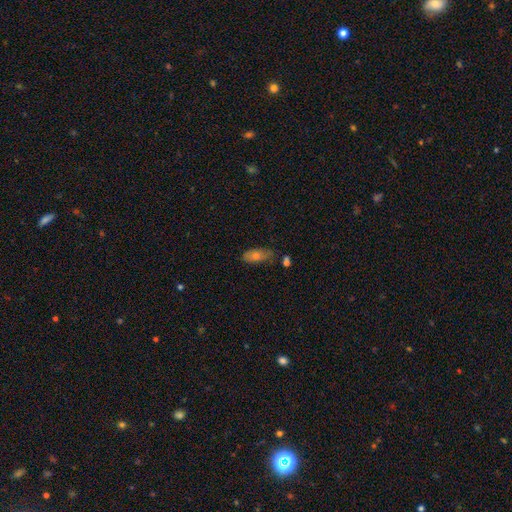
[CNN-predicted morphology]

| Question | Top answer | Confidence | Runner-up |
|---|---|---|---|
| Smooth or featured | smooth | 56% | featured or disk (33%) |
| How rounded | in between | 79% | cigar-shaped (16%) |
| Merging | none | 70% | minor disturbance (21%) |